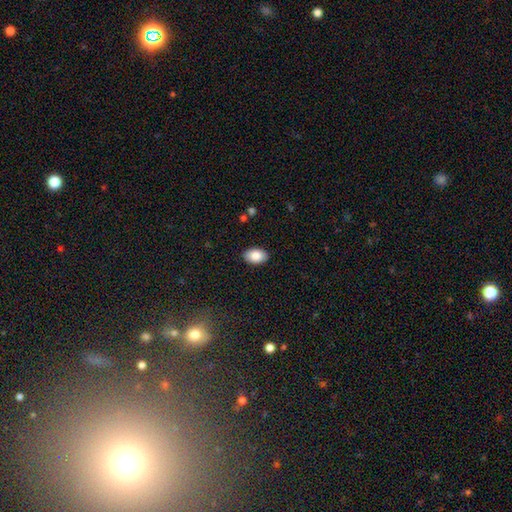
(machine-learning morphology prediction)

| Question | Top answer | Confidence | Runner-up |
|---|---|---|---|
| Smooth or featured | smooth | 87% | star or artifact (7%) |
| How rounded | in between | 91% | round (8%) |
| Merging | none | 89% | minor disturbance (8%) |